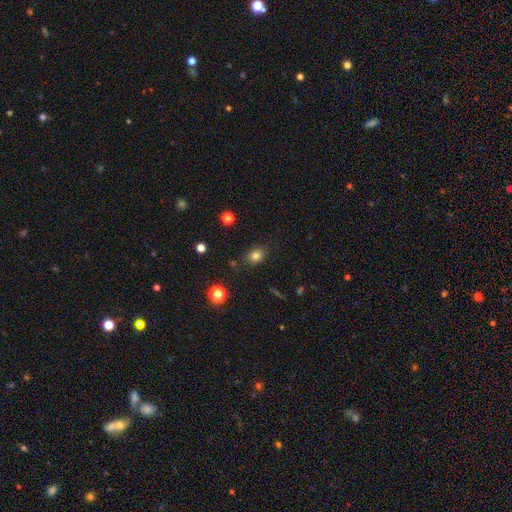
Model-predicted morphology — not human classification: smooth-or-featured: smooth: 80% | star or artifact: 13% | featured or disk: 6%
  how-rounded: round: 56% | in between: 43% | cigar-shaped: 1%
  merging: none: 83% | minor disturbance: 12% | major disturbance: 3% | merger: 2%